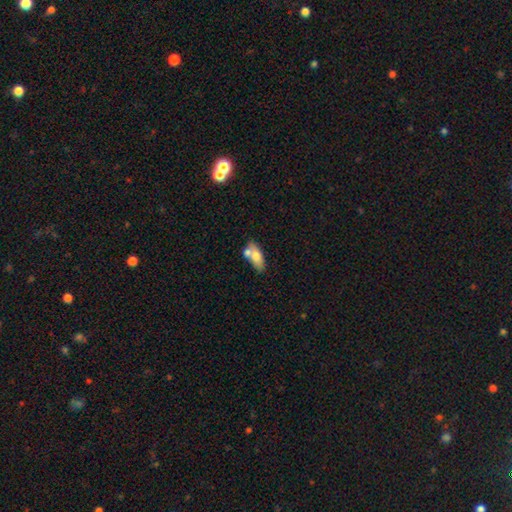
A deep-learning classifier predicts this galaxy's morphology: Smooth or featured: smooth — 69% (featured or disk — 24%)
How rounded: in between — 79% (cigar-shaped — 17%)
Merging: none — 46% (merger — 33%)